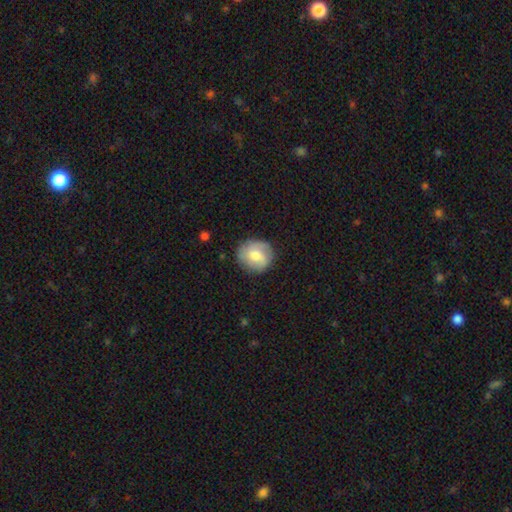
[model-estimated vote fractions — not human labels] Q: Smooth or featured?
A: smooth (55%); runner-up: featured or disk (38%)
Q: How rounded?
A: round (80%); runner-up: in between (19%)
Q: Merging?
A: none (77%); runner-up: minor disturbance (16%)